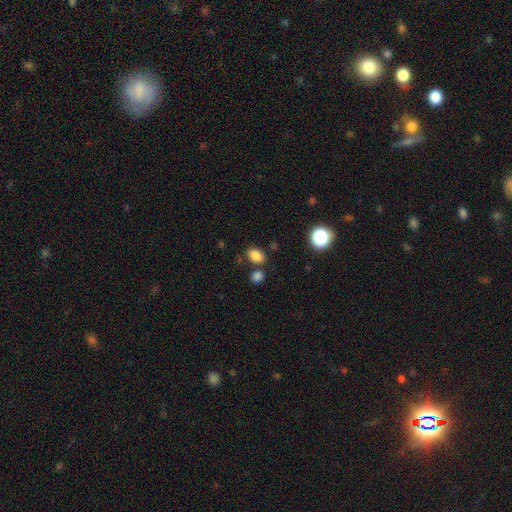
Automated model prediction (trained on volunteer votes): smooth 83%, star or artifact 12%, featured or disk 5%. Down the decision tree: how rounded — in between (72%); merging — none (72%).